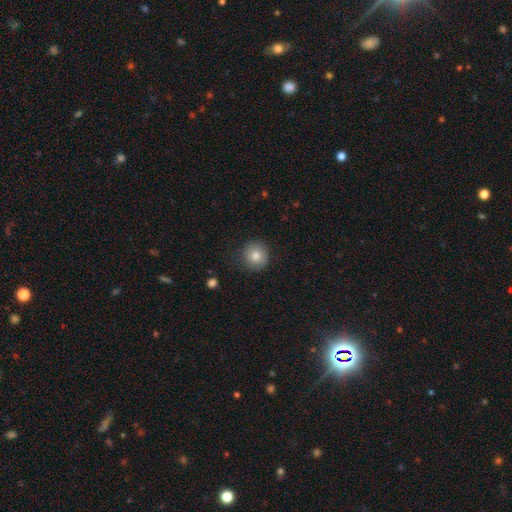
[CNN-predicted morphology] smooth 81%, star or artifact 10%, featured or disk 9%. Down the decision tree: how rounded — round (93%); merging — none (85%).